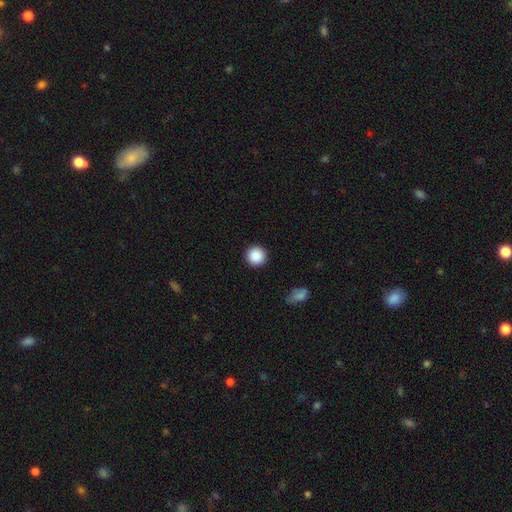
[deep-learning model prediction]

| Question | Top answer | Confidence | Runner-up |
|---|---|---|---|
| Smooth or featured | smooth | 88% | star or artifact (9%) |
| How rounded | round | 96% | in between (3%) |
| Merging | none | 92% | minor disturbance (5%) |